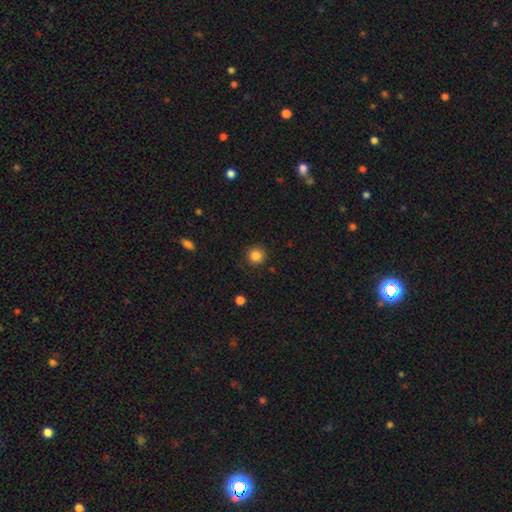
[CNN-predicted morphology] A smooth galaxy with no disk features (85%) that is round (94%).

Vote fractions:
- Smooth or featured? smooth: 85% / star or artifact: 11% / featured or disk: 4%
- How rounded? round: 94% / in between: 5% / cigar-shaped: 1%
- Merging? none: 90% / minor disturbance: 7% / major disturbance: 2% / merger: 1%